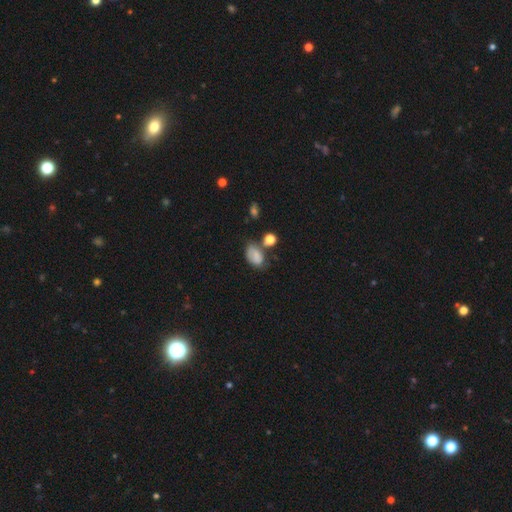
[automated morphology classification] type=smooth (71%); roundness=in between (84%); merging=none (47%).